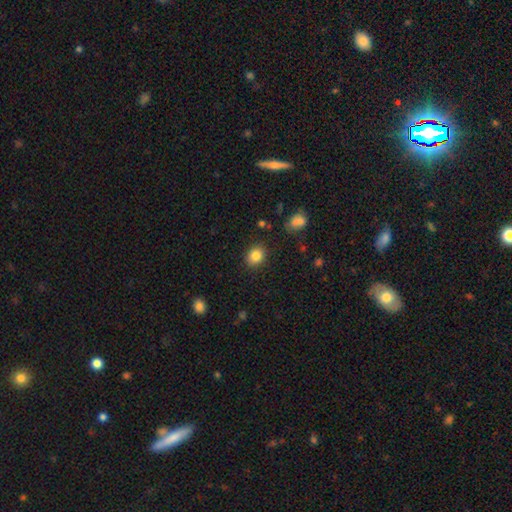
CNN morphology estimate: Smooth or featured: smooth — 84% (star or artifact — 10%)
How rounded: round — 55% (in between — 44%)
Merging: none — 86% (minor disturbance — 9%)